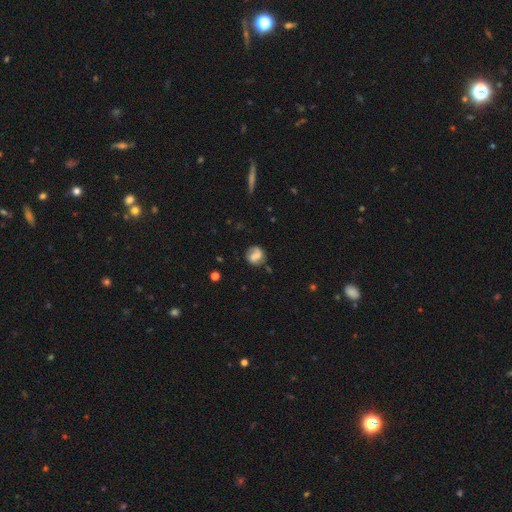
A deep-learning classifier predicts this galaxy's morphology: The model was most divided on "smooth or featured": smooth: 46%, featured or disk: 45%, star or artifact: 9%. More confident: merging — none (65%).